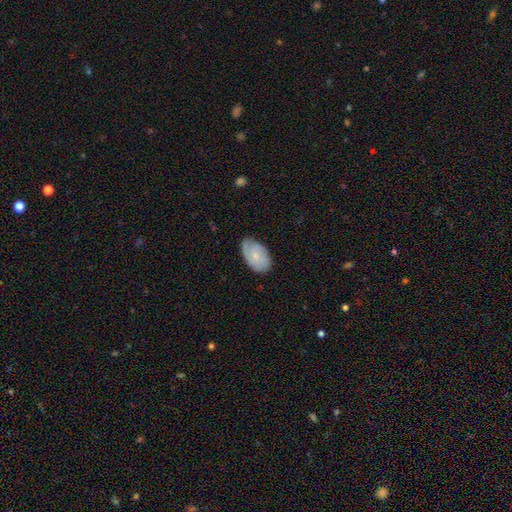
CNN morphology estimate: The model was most divided on "smooth or featured": featured or disk: 49%, smooth: 45%, star or artifact: 6%. More confident: merging — none (68%).